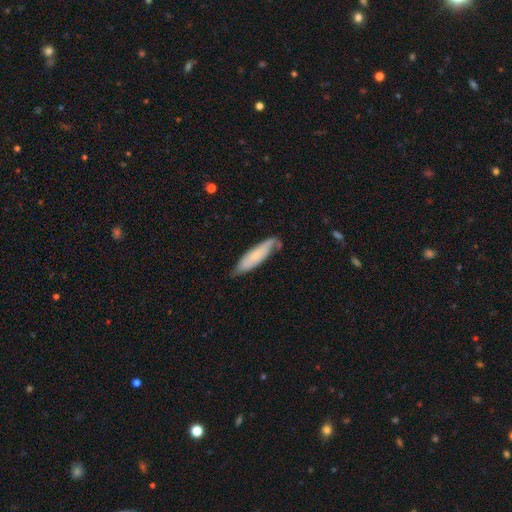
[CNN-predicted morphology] Q: Smooth or featured?
A: smooth (59%); runner-up: featured or disk (35%)
Q: How rounded?
A: cigar-shaped (66%); runner-up: in between (33%)
Q: Merging?
A: none (65%); runner-up: minor disturbance (26%)